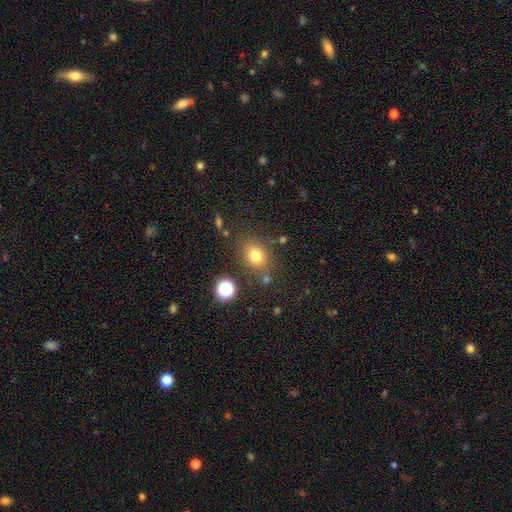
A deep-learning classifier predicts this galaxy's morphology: smooth 76%, star or artifact 15%, featured or disk 8%. Down the decision tree: how rounded — round (57%); merging — none (77%).